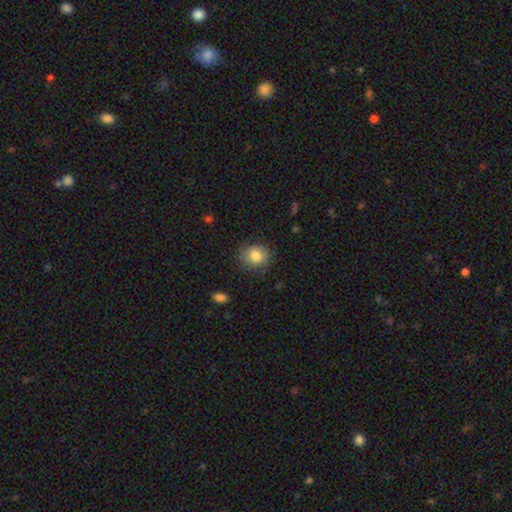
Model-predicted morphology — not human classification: smooth_or_featured: smooth (p=0.80) [alt: featured or disk p=0.11]
how_rounded: round (p=0.69) [alt: in between p=0.30]
merging: none (p=0.79) [alt: minor disturbance p=0.15]